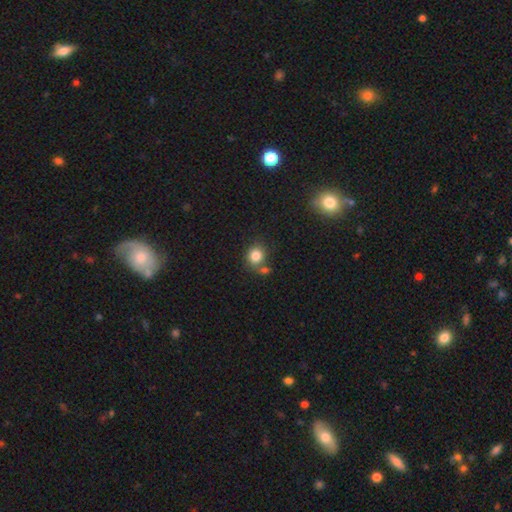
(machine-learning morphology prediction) type=smooth (82%); roundness=round (77%); merging=none (60%).